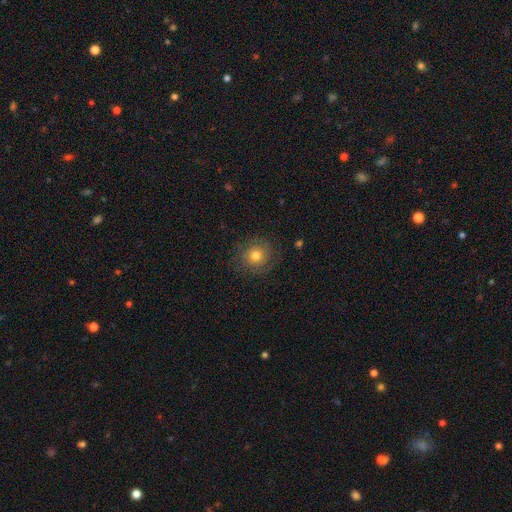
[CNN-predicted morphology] Q: Smooth or featured?
A: smooth (65%); runner-up: featured or disk (23%)
Q: How rounded?
A: round (89%); runner-up: in between (10%)
Q: Merging?
A: none (81%); runner-up: minor disturbance (12%)